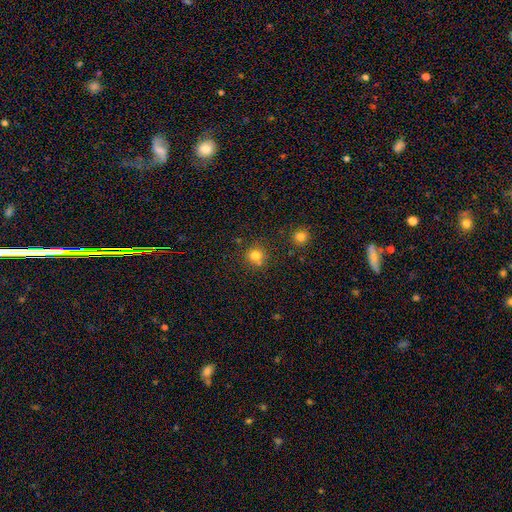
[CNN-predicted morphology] smooth 79%, star or artifact 14%, featured or disk 7%. Down the decision tree: how rounded — round (89%); merging — none (73%).